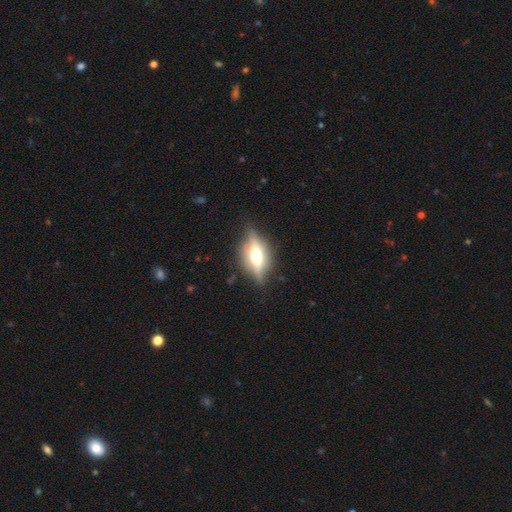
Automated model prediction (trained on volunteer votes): Smooth or featured? Predicted: featured or disk (p=0.63). Edge-on disk? Predicted: yes (p=0.87). Edge-on bulge? Predicted: rounded (p=0.89). Merging? Predicted: none (p=0.77).